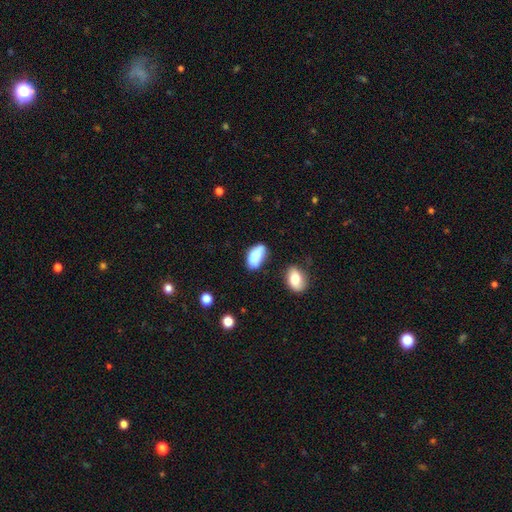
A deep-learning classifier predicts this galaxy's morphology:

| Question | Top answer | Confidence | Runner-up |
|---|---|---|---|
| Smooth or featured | smooth | 82% | featured or disk (11%) |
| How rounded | in between | 93% | round (4%) |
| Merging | none | 60% | minor disturbance (26%) |